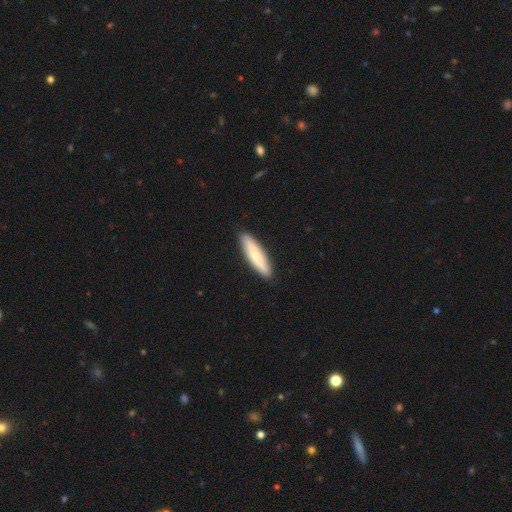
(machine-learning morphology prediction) A smooth galaxy with no disk features (74%) that is cigar-shaped (77%).

Vote fractions:
- Smooth or featured? smooth: 74% / featured or disk: 21% / star or artifact: 5%
- How rounded? cigar-shaped: 77% / in between: 22% / round: 1%
- Merging? none: 90% / minor disturbance: 8% / major disturbance: 1% / merger: 1%